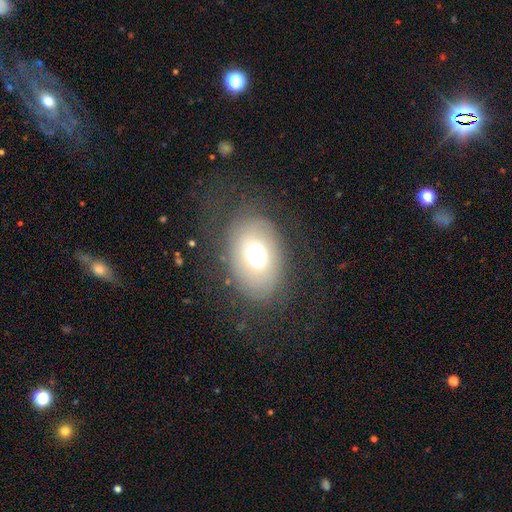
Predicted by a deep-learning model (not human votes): The model was most divided on "smooth or featured": smooth: 61%, featured or disk: 27%, star or artifact: 12%. More confident: how rounded — in between (77%); merging — none (67%).